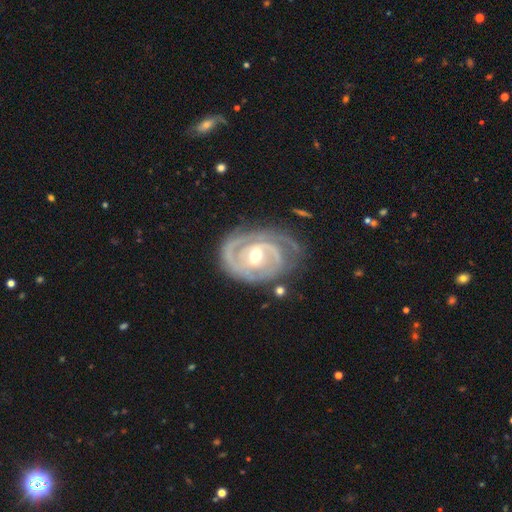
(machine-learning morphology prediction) Smooth or featured: featured or disk — 90% (smooth — 6%)
Edge-on disk: no — 97% (yes — 3%)
Bar: weak — 46% (no — 32%)
Spiral arms: yes — 95% (no — 5%)
Spiral winding: tight — 69% (medium — 25%)
Spiral arm count: 2 — 44% (can't tell — 19%)
Bulge size: moderate — 72% (small — 22%)
Merging: none — 63% (minor disturbance — 23%)